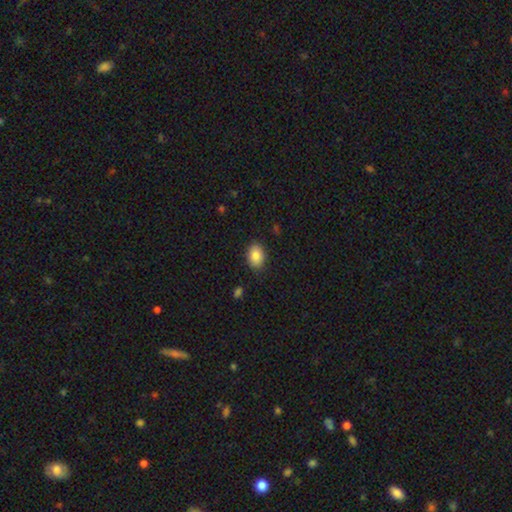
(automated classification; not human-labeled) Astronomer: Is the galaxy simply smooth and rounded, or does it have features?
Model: smooth — 85%.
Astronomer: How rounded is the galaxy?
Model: in between — 75%.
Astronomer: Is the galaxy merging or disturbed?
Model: none — 86%.